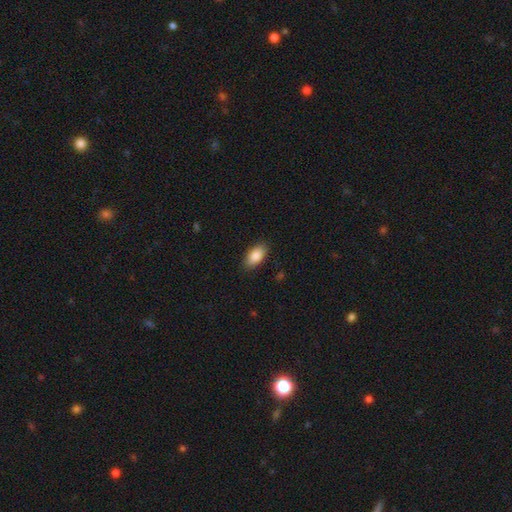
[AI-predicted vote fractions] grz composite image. It shows a smooth galaxy with no disk features (87%) that is in between round and cigar-shaped (93%). Merging: none (88%).